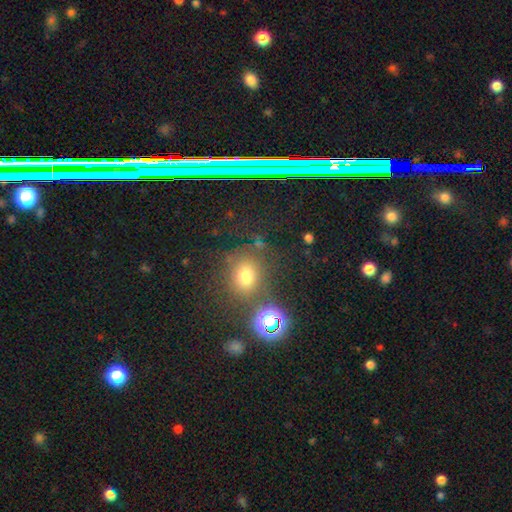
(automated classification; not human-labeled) A star or artifact, not a galaxy (49%).